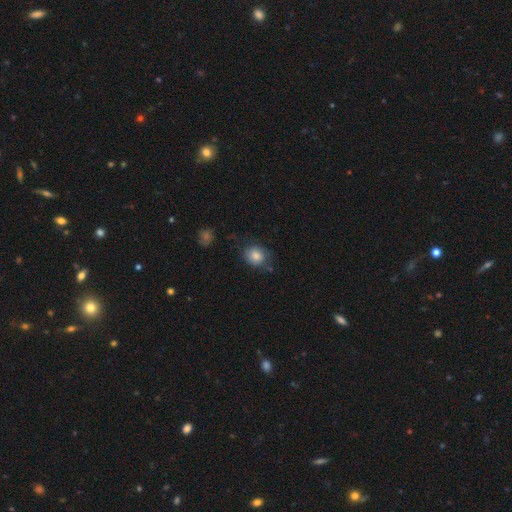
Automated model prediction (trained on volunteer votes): Smooth or featured? smooth (83%)
How rounded? round (68%)
Merging? none (69%)